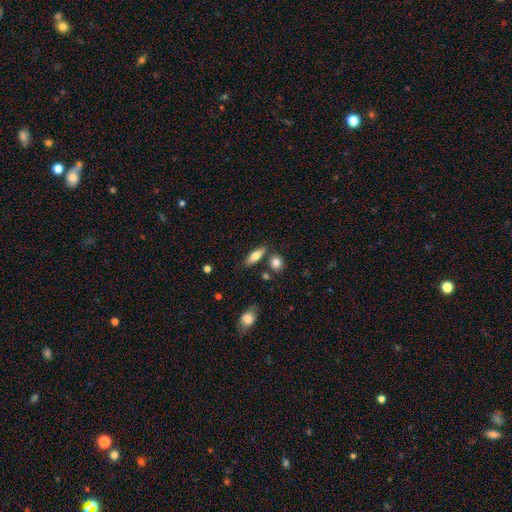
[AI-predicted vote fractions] The model was most divided on "how rounded": in between: 66%, cigar-shaped: 31%, round: 4%. More confident: merging — none (75%); smooth or featured — smooth (74%).